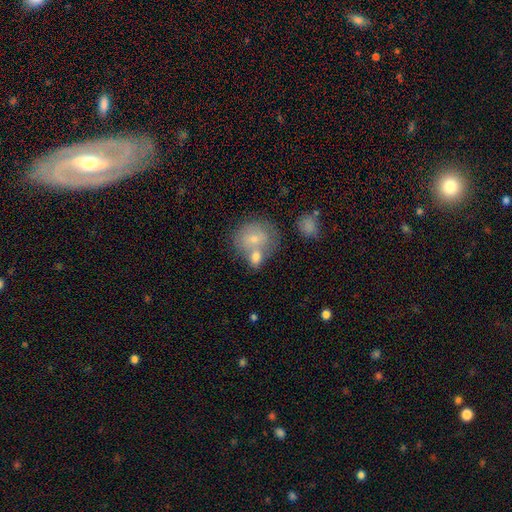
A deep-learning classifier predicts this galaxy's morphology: Smooth or featured? smooth (44%)
Merging? none (60%)